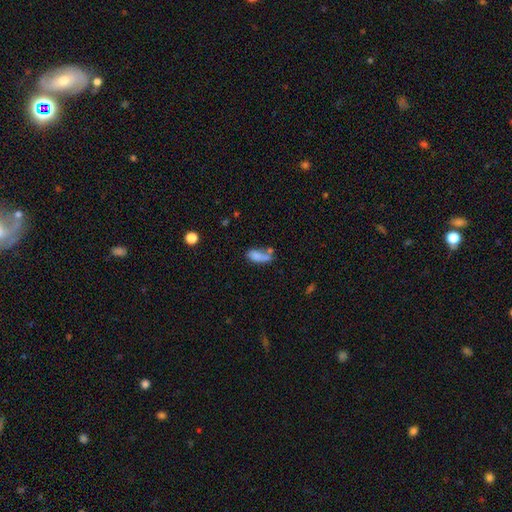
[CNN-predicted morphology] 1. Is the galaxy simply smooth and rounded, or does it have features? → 75% smooth, 14% featured or disk, 11% star or artifact.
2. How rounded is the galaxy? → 78% in between, 17% cigar-shaped, 4% round.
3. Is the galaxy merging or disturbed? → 35% none, 31% merger, 21% minor disturbance, 13% major disturbance.